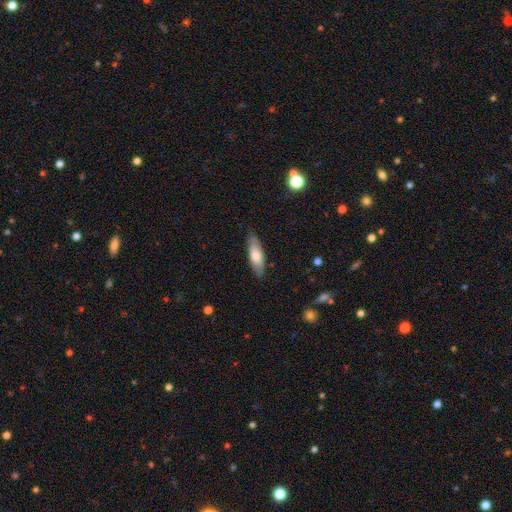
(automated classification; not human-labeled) Smooth or featured: smooth — 68% (featured or disk — 26%)
How rounded: in between — 52% (cigar-shaped — 46%)
Merging: none — 85% (minor disturbance — 12%)